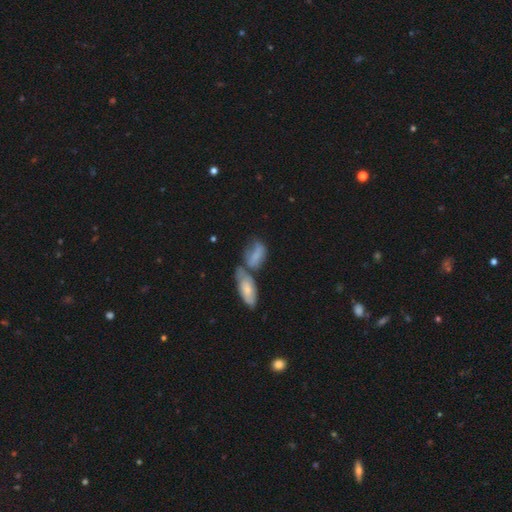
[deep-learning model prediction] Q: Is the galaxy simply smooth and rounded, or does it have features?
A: smooth — 63%.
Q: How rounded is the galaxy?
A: in between — 83%.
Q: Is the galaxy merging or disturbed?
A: merger — 48%.